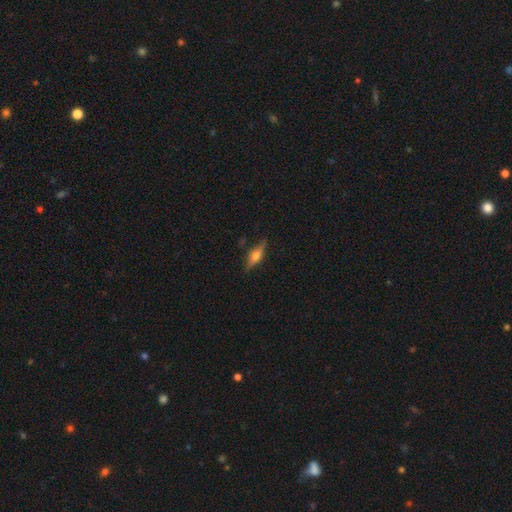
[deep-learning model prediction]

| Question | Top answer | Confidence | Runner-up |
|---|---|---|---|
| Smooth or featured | featured or disk | 64% | smooth (28%) |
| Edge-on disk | yes | 95% | no (5%) |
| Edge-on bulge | rounded | 90% | boxy (8%) |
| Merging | none | 83% | minor disturbance (13%) |